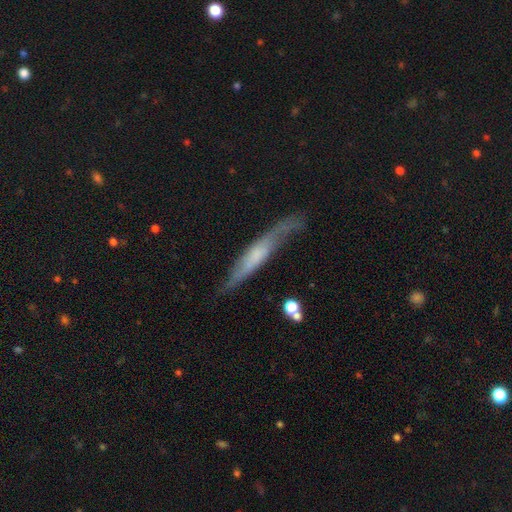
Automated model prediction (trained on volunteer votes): featured or disk 59%, smooth 34%, star or artifact 7%. Down the decision tree: edge-on disk — yes (69%); merging — none (61%).